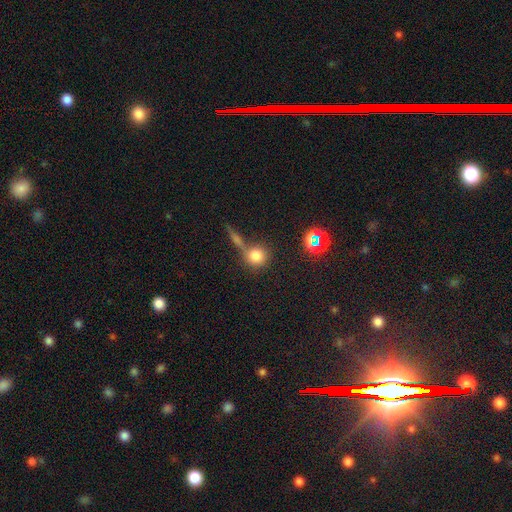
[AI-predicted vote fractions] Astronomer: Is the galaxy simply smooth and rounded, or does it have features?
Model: smooth — 72%.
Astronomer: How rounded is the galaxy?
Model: round — 89%.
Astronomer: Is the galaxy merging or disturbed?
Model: none — 59%.